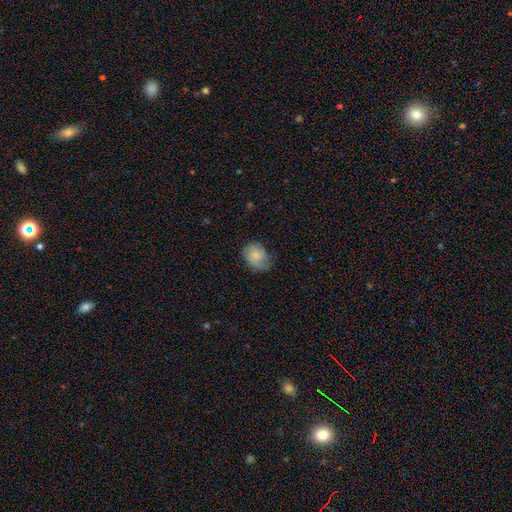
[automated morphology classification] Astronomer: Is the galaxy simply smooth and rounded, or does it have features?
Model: smooth — 58% (runner-up: featured or disk, 34%).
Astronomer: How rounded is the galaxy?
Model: in between — 55% (runner-up: round, 44%).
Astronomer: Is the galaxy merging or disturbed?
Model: none — 60%.